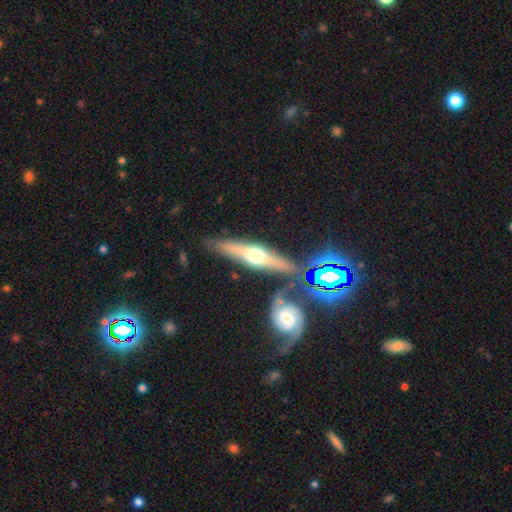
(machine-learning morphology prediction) Smooth or featured? featured or disk (62%)
Edge-on disk? yes (92%)
Edge-on bulge? rounded (93%)
Merging? none (77%)